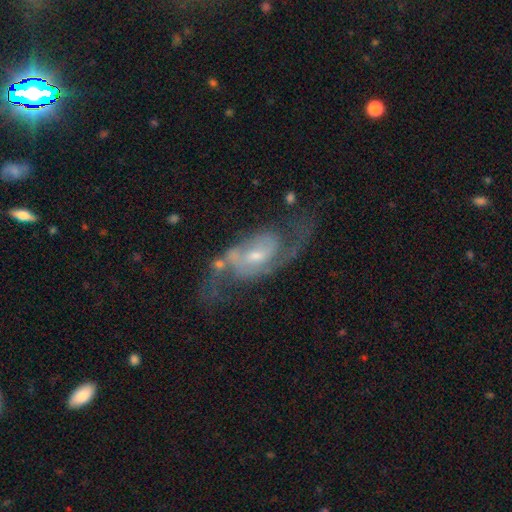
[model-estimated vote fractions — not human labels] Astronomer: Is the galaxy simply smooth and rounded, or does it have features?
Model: featured or disk — 83%.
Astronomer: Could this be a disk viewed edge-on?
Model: no — 95%.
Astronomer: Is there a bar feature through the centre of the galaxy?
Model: weak — 46% (runner-up: no, 40%).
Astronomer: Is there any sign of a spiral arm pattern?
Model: yes — 91%.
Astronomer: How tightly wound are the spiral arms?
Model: medium — 48% (runner-up: loose, 34%).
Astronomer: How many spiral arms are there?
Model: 2 — 78%.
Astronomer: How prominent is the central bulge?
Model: small — 55% (runner-up: moderate, 39%).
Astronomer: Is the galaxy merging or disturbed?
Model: none — 51%.